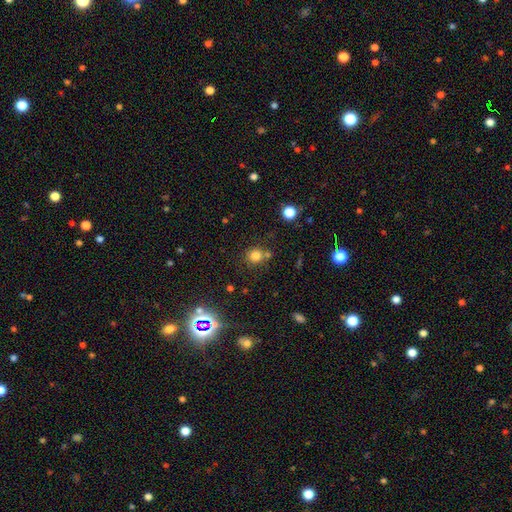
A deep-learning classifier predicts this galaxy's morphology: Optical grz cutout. It shows a smooth galaxy with no disk features (78%) that is round (87%). Merging: none (67%).